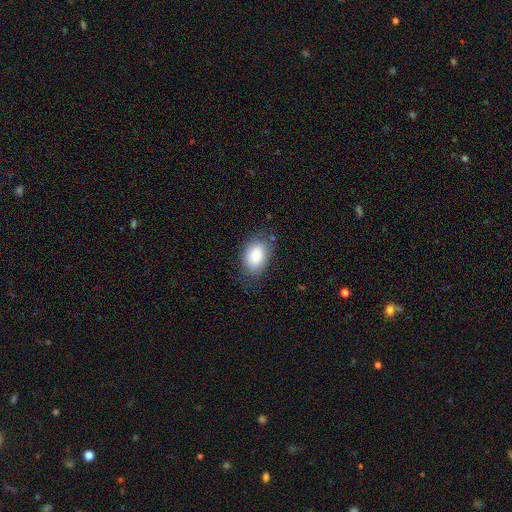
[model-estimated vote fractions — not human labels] Q: Smooth or featured?
A: smooth (85%); runner-up: featured or disk (8%)
Q: How rounded?
A: in between (87%); runner-up: round (12%)
Q: Merging?
A: none (70%); runner-up: minor disturbance (22%)